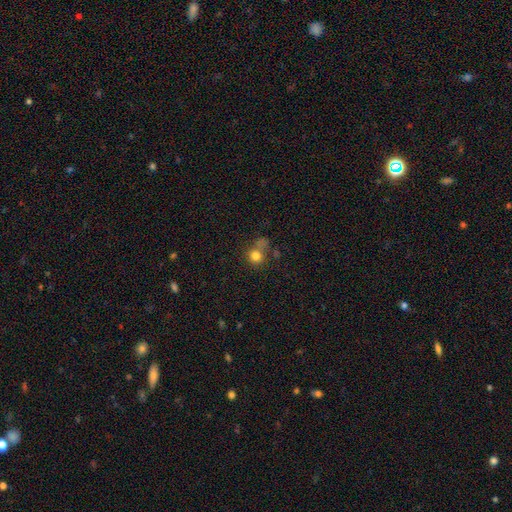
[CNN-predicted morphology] Smooth or featured? Predicted: smooth (p=0.77). How rounded? Predicted: round (p=0.85). Merging? Predicted: none (p=0.50).